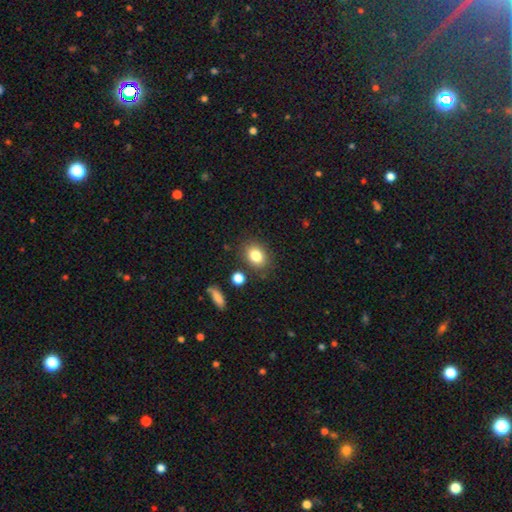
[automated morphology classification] smooth 82%, star or artifact 10%, featured or disk 8%. Down the decision tree: how rounded — in between (65%); merging — none (81%).